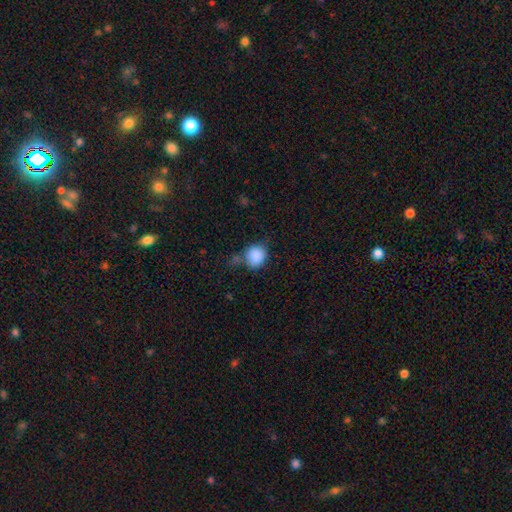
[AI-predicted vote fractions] Smooth or featured: smooth — 86% (star or artifact — 9%)
How rounded: round — 76% (in between — 22%)
Merging: none — 55% (minor disturbance — 27%)